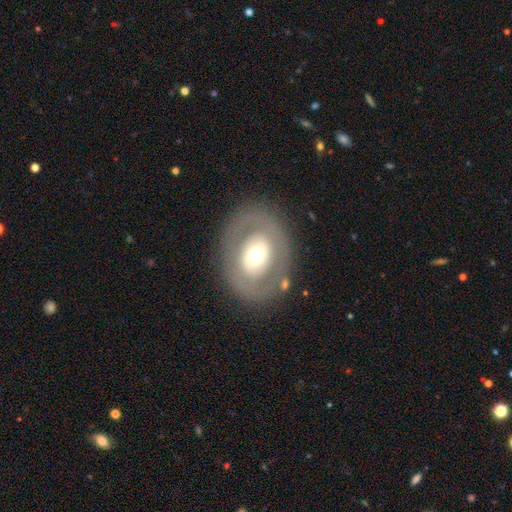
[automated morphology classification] Smooth or featured? featured or disk (53%)
Edge-on disk? no (93%)
Merging? none (81%)